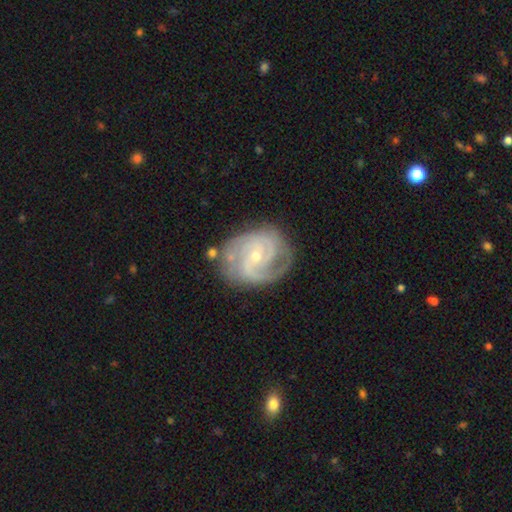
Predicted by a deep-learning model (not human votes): The model was most divided on "spiral arm count": 2: 41%, 3: 32%, can't tell: 13%, 4: 6%, 1: 4%, more than 4: 4%. Remaining: edge-on disk — no (98%); spiral arms — yes (97%); smooth or featured — featured or disk (89%); merging — none (71%); bulge size — small (65%); spiral winding — tight (53%); bar — no (50%).